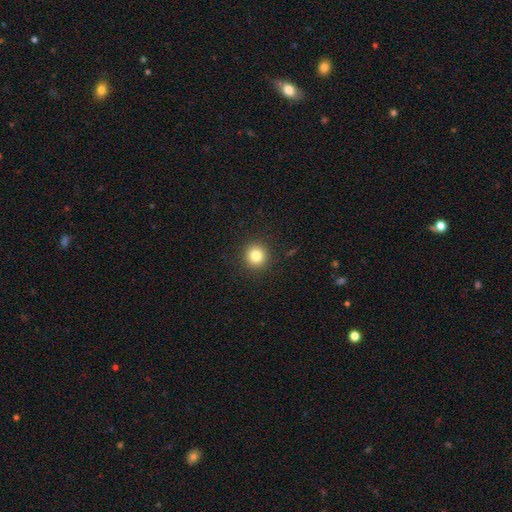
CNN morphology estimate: Overall: smooth (81%). How rounded: round (93%). Merging: none (92%).